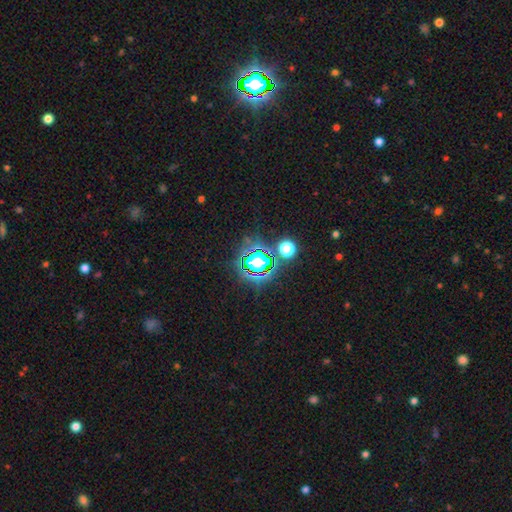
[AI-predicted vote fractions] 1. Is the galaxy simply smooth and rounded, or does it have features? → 77% star or artifact, 15% smooth, 8% featured or disk.